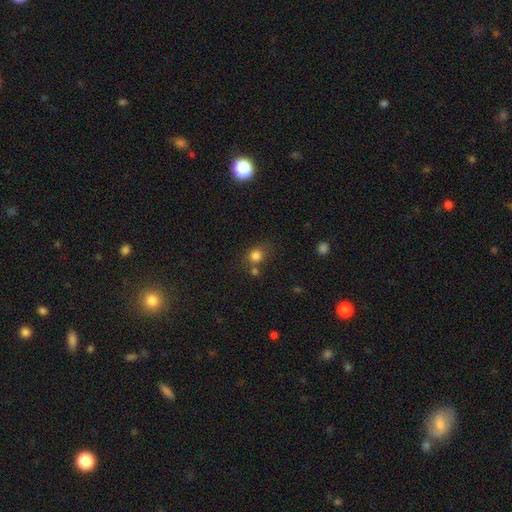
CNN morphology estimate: The model was most divided on "merging": none: 58%, merger: 21%, minor disturbance: 15%, major disturbance: 6%. More confident: smooth or featured — smooth (80%); how rounded — round (75%).